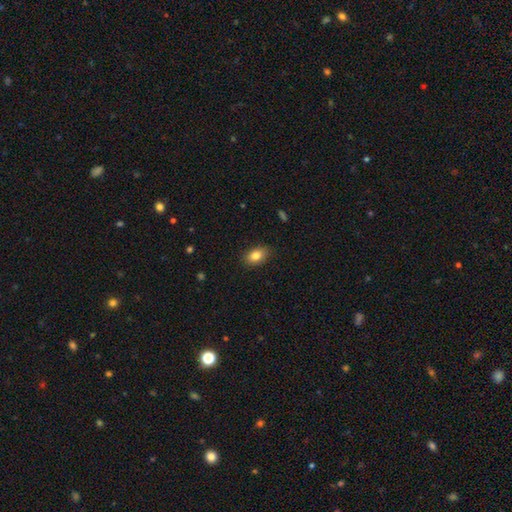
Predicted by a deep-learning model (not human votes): Smooth or featured? Predicted: smooth (p=0.84). How rounded? Predicted: in between (p=0.86). Merging? Predicted: none (p=0.86).